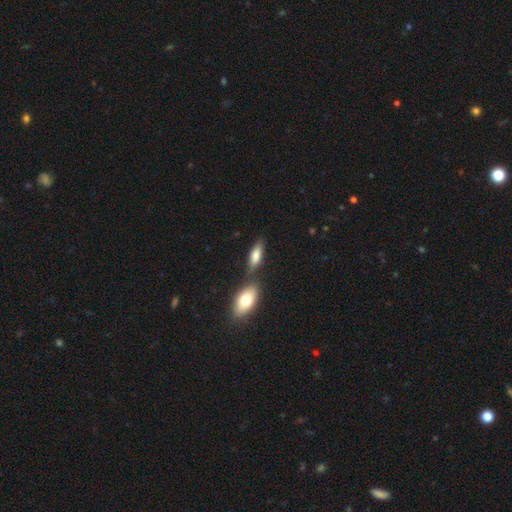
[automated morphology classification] Q: Smooth or featured?
A: smooth (74%); runner-up: featured or disk (19%)
Q: How rounded?
A: in between (69%); runner-up: cigar-shaped (28%)
Q: Merging?
A: none (59%); runner-up: merger (24%)